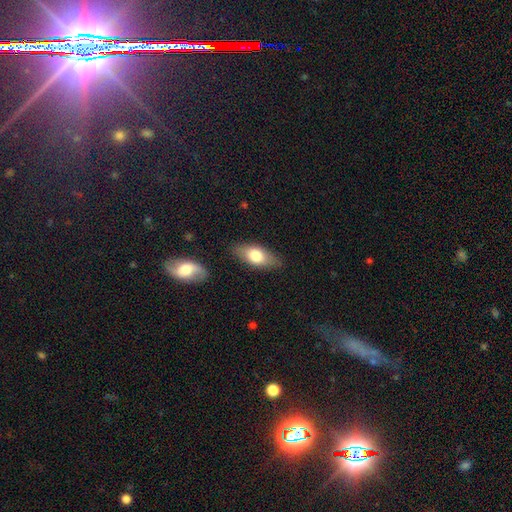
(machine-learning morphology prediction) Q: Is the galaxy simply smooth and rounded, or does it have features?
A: smooth — 71%.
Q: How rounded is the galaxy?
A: in between — 84%.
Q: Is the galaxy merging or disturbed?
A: none — 83%.